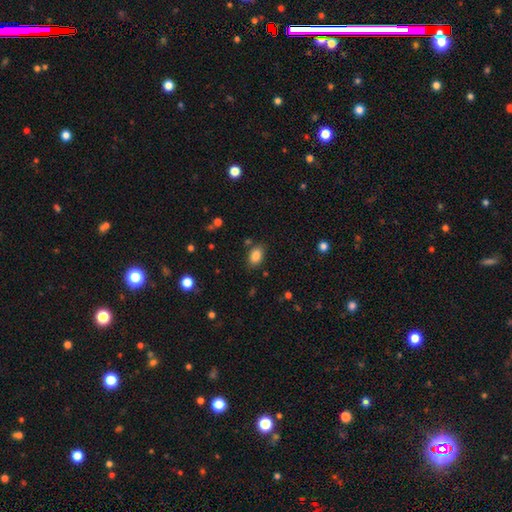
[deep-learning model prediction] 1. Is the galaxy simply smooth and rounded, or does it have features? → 86% smooth, 9% star or artifact, 5% featured or disk.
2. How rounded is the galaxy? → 84% in between, 15% round, 1% cigar-shaped.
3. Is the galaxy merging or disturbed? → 82% none, 12% minor disturbance, 3% merger, 3% major disturbance.